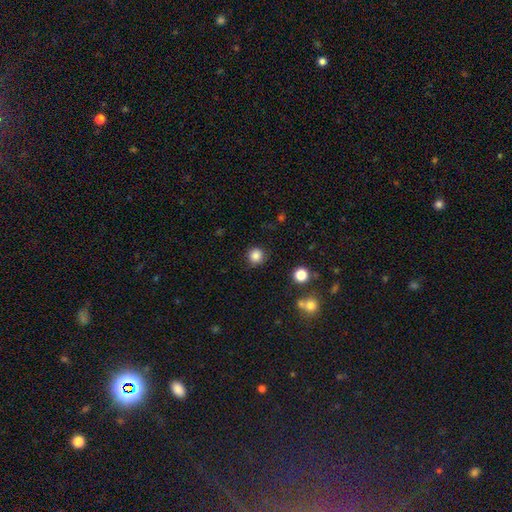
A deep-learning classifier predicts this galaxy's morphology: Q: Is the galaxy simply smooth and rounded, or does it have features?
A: smooth — 85%.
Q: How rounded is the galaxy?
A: round — 94%.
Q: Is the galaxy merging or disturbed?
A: none — 89%.